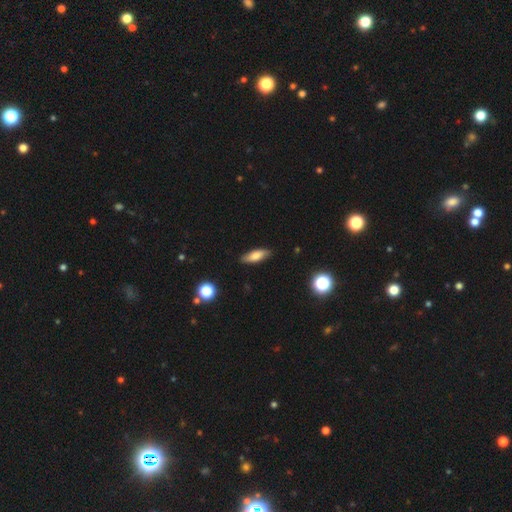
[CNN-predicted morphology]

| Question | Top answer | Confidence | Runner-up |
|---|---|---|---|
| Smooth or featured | smooth | 74% | featured or disk (19%) |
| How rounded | in between | 58% | cigar-shaped (39%) |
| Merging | none | 86% | minor disturbance (11%) |